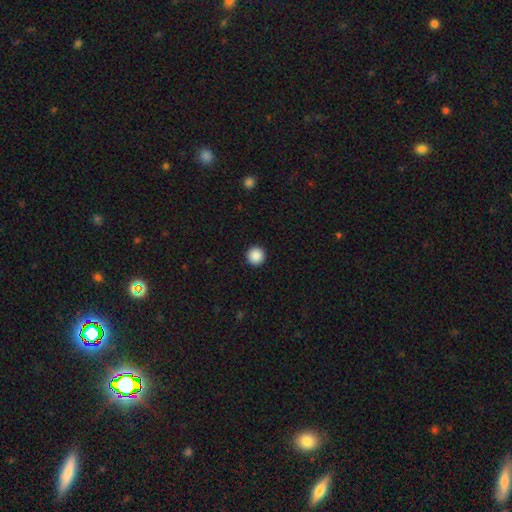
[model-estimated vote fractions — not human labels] A smooth galaxy with no disk features (88%) that is round (97%).

Vote fractions:
- Smooth or featured? smooth: 88% / star or artifact: 9% / featured or disk: 3%
- How rounded? round: 97% / in between: 2% / cigar-shaped: 1%
- Merging? none: 94% / minor disturbance: 4% / major disturbance: 1% / merger: 1%